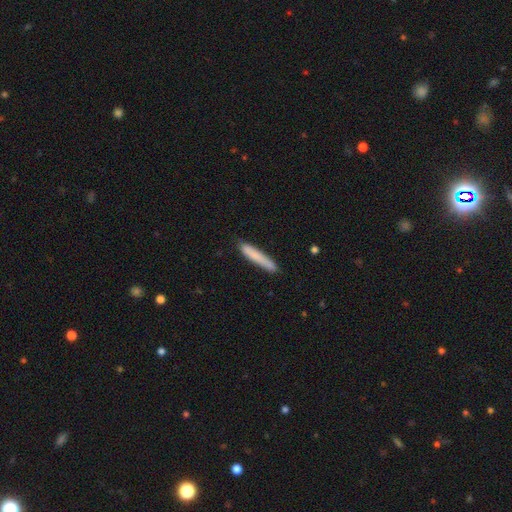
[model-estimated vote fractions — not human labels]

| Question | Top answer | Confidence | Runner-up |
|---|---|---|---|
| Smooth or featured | smooth | 80% | featured or disk (14%) |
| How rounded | cigar-shaped | 94% | in between (5%) |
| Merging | none | 83% | minor disturbance (13%) |